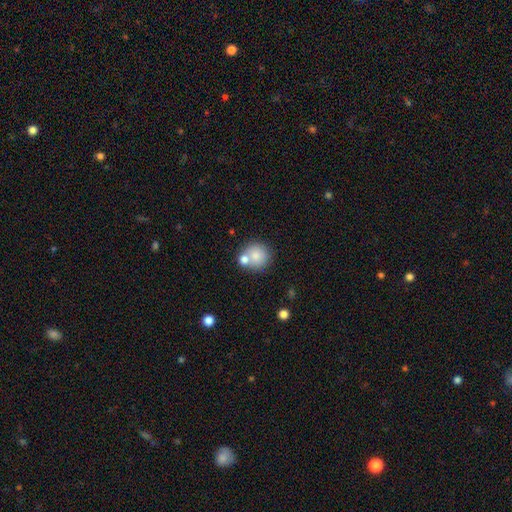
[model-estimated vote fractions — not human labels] Q: Smooth or featured?
A: smooth (79%); runner-up: featured or disk (12%)
Q: How rounded?
A: round (89%); runner-up: in between (10%)
Q: Merging?
A: none (58%); runner-up: merger (29%)